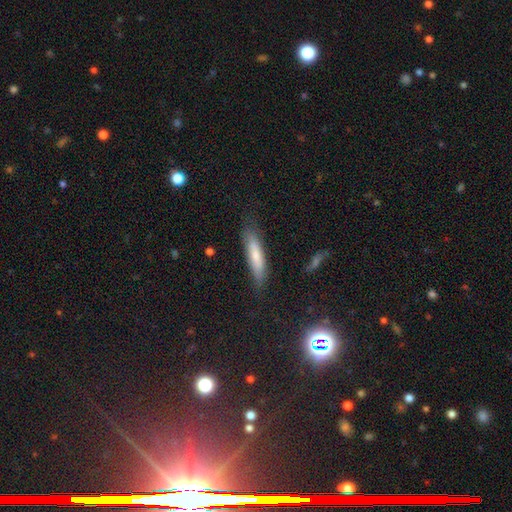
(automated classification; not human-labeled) smooth_or_featured: smooth (p=0.69) [alt: featured or disk p=0.24]
how_rounded: cigar-shaped (p=0.82) [alt: in between p=0.17]
merging: none (p=0.77) [alt: minor disturbance p=0.17]